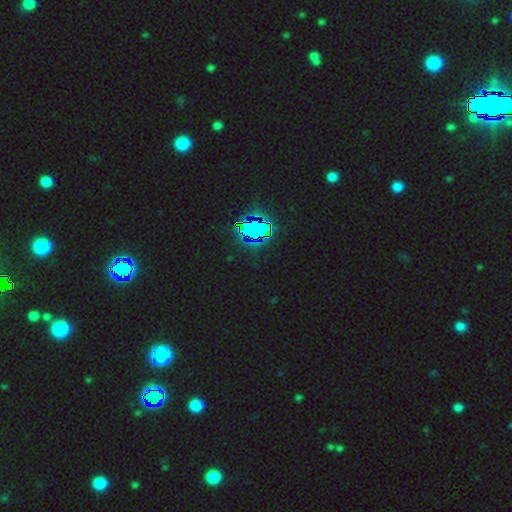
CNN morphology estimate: star or artifact 82%, smooth 11%, featured or disk 7%.